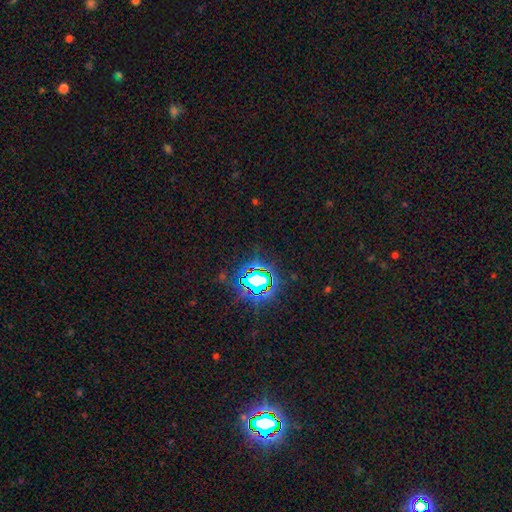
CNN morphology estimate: Q: Smooth or featured?
A: star or artifact (82%); runner-up: smooth (11%)